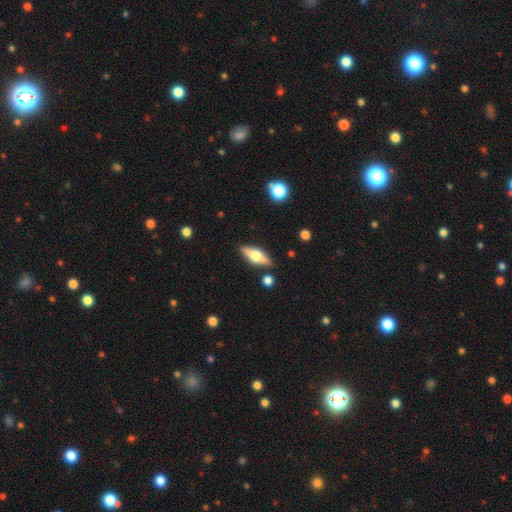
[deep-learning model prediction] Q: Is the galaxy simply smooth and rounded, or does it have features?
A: featured or disk — 57%.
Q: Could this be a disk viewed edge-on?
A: yes — 93%.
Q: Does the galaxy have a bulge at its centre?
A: rounded — 93%.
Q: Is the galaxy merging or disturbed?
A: none — 86%.